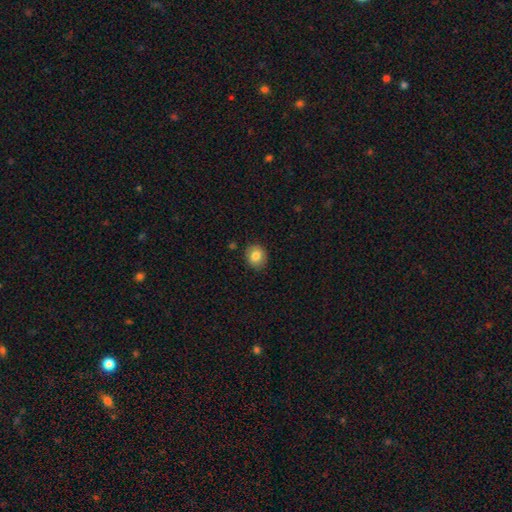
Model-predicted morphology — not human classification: This is clearly a smooth galaxy (83%). How rounded: likely round (72%). Merging: clearly none (86%).